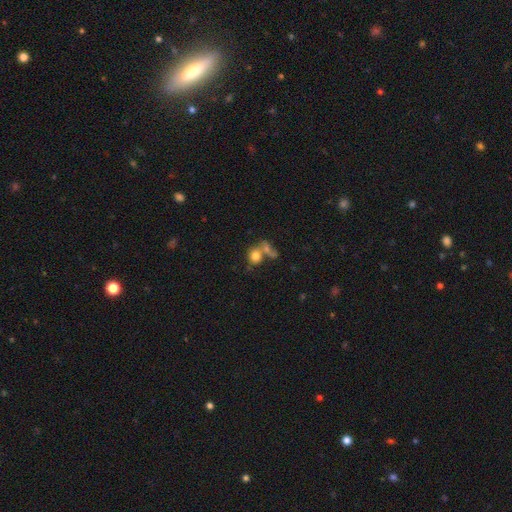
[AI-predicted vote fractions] A smooth galaxy with no disk features (76%) that is round (70%). Merging: merger (45%).